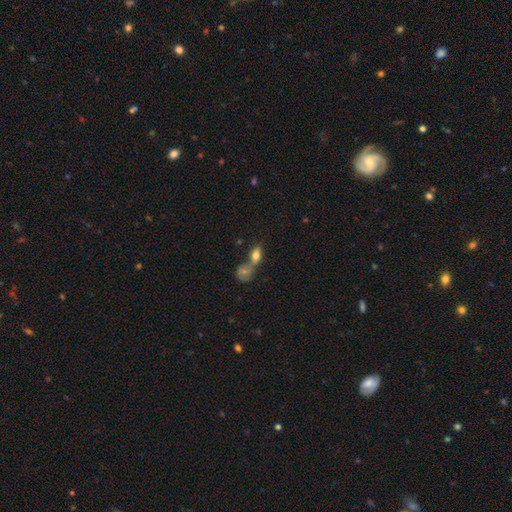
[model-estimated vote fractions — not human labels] smooth-or-featured: smooth: 74% | featured or disk: 16% | star or artifact: 9%
  how-rounded: in between: 80% | round: 11% | cigar-shaped: 9%
  merging: merger: 55% | none: 32% | minor disturbance: 8% | major disturbance: 4%